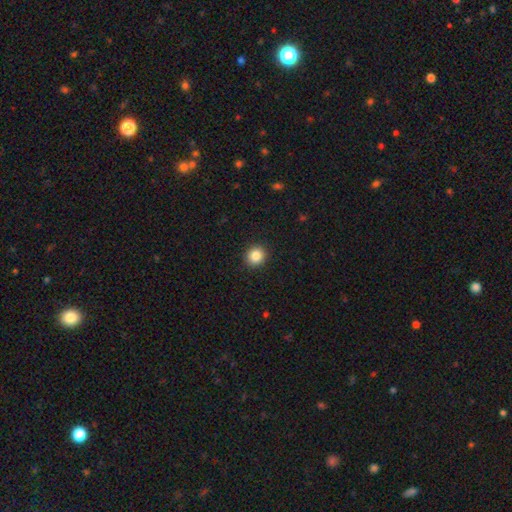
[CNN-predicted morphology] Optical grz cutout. It shows a smooth galaxy with no disk features (86%) that is round (88%). Merging: none (92%).